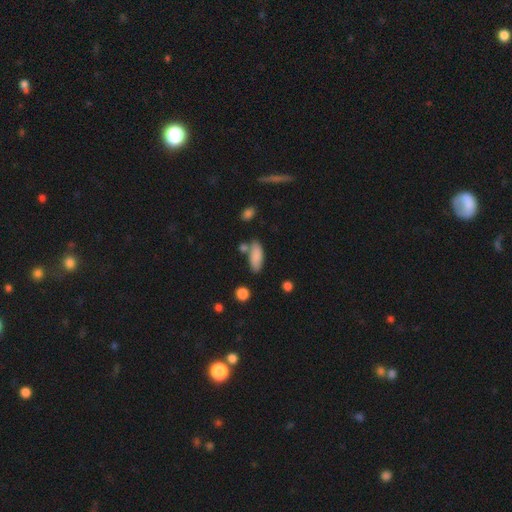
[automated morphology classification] Smooth or featured: smooth — 85% (featured or disk — 8%)
How rounded: in between — 77% (cigar-shaped — 21%)
Merging: none — 66% (minor disturbance — 16%)